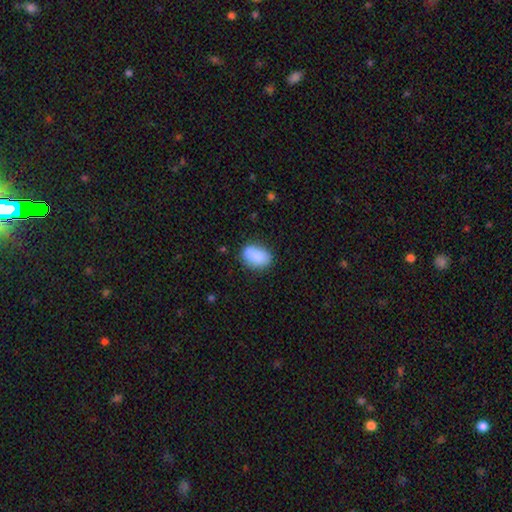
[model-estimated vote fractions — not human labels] A smooth galaxy with no disk features (86%) that is in between round and cigar-shaped (86%). Merging: none (73%).